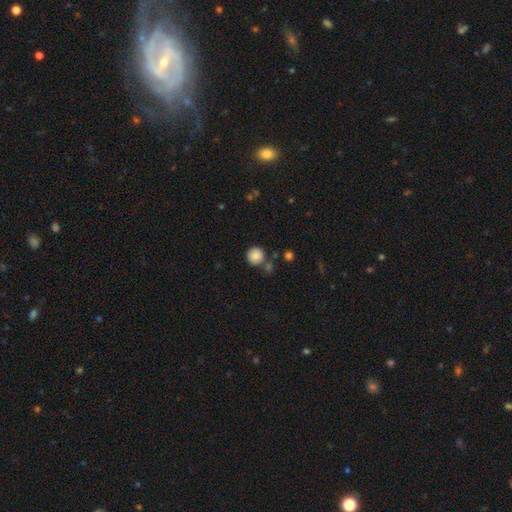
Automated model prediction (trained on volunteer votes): Smooth or featured? smooth (86%)
How rounded? round (94%)
Merging? none (73%)